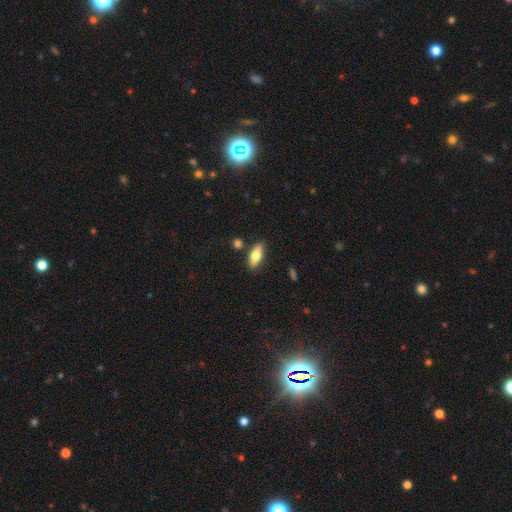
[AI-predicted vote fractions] The model was most divided on "smooth or featured": smooth: 71%, featured or disk: 22%, star or artifact: 7%. More confident: merging — none (81%); how rounded — in between (75%).